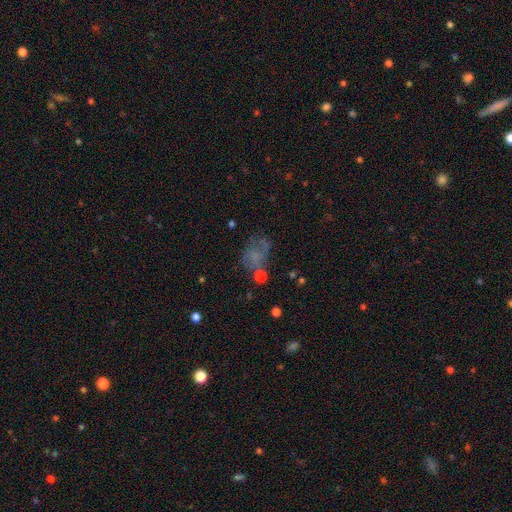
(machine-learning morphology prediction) Smooth or featured? Predicted: smooth (p=0.43). Merging? Predicted: none (p=0.41).